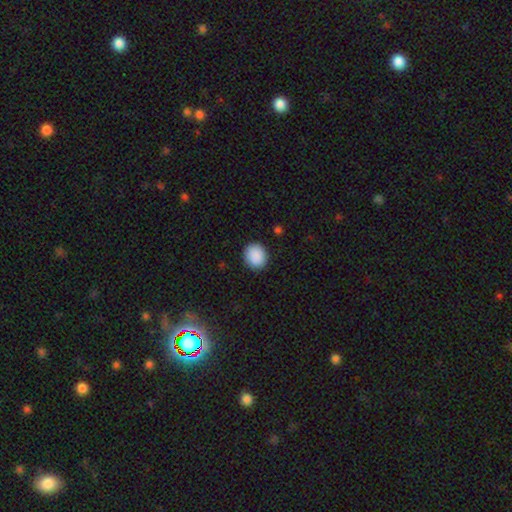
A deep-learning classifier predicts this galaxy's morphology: Q: Smooth or featured?
A: smooth (90%); runner-up: star or artifact (7%)
Q: How rounded?
A: round (75%); runner-up: in between (24%)
Q: Merging?
A: none (90%); runner-up: minor disturbance (7%)